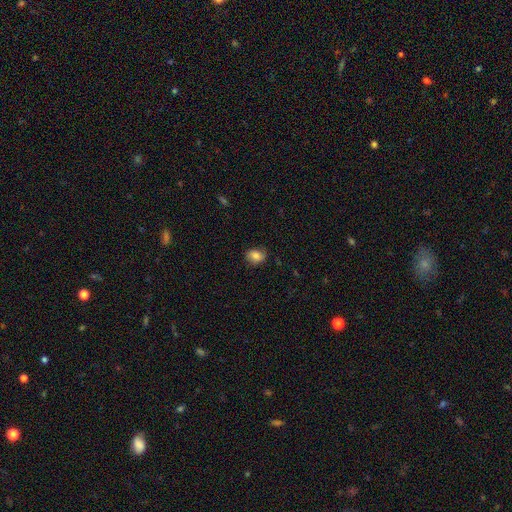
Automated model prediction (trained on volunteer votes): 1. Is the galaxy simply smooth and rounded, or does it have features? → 75% smooth, 15% featured or disk, 9% star or artifact.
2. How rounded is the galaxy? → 58% in between, 41% round, 1% cigar-shaped.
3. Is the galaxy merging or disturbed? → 77% none, 18% minor disturbance, 4% major disturbance, 1% merger.